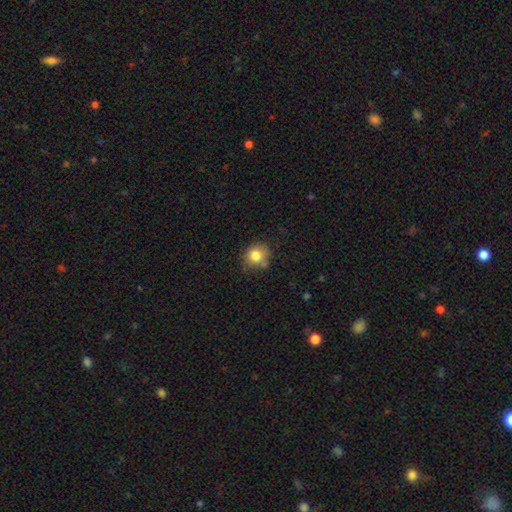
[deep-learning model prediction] Overall: smooth (81%). How rounded: round (78%). Merging: none (73%).